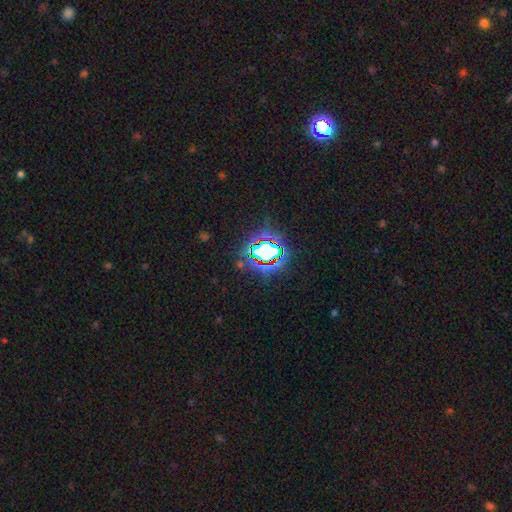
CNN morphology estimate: This appears to be a star or artifact, not a galaxy (82%).